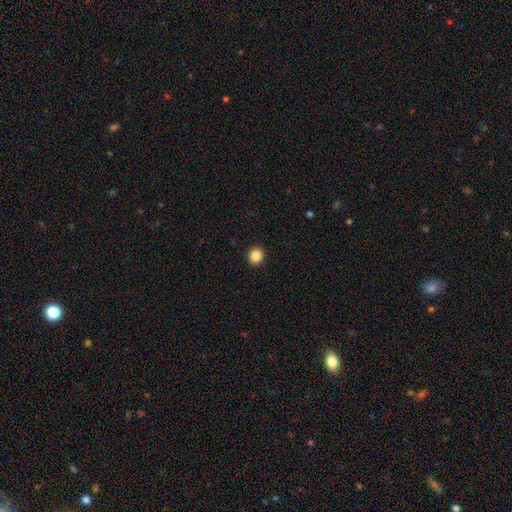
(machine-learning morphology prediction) A smooth galaxy with no disk features (87%) that is round (76%).

Vote fractions:
- Smooth or featured? smooth: 87% / star or artifact: 10% / featured or disk: 3%
- How rounded? round: 76% / in between: 23% / cigar-shaped: 1%
- Merging? none: 92% / minor disturbance: 5% / major disturbance: 2% / merger: 1%